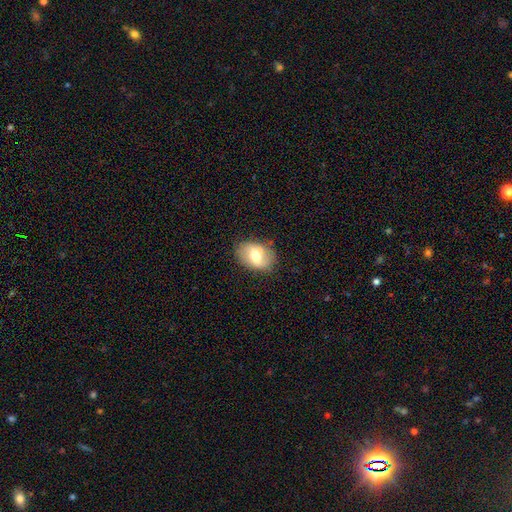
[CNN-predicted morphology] Q: Smooth or featured?
A: smooth (58%); runner-up: featured or disk (35%)
Q: How rounded?
A: in between (77%); runner-up: round (22%)
Q: Merging?
A: none (80%); runner-up: minor disturbance (15%)